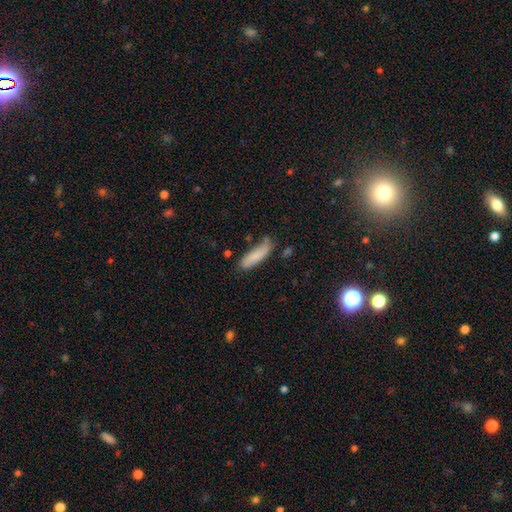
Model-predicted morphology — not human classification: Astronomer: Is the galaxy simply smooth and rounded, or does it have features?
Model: smooth — 80%.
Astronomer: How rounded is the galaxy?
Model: cigar-shaped — 64%.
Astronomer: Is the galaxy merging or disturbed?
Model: none — 65%.